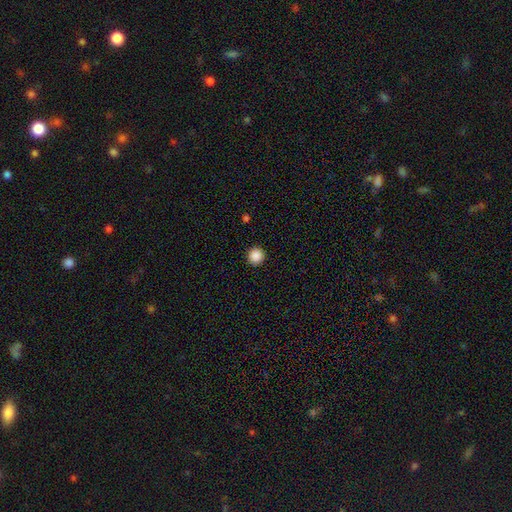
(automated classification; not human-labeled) smooth 88%, star or artifact 10%, featured or disk 3%. Down the decision tree: how rounded — round (95%); merging — none (93%).